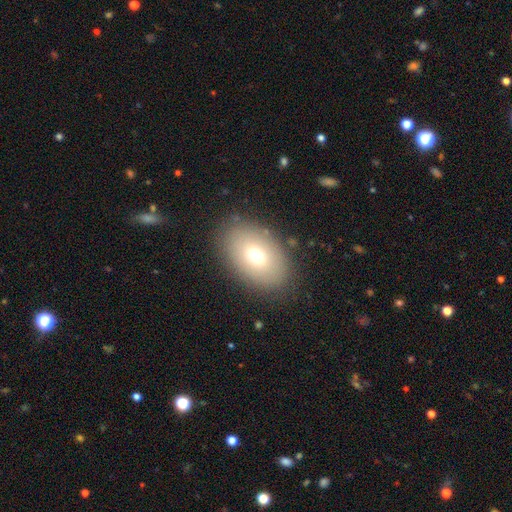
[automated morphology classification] This appears to be a smooth galaxy with no disk features (70%) that is in between round and cigar-shaped (85%). Merging: none (84%).